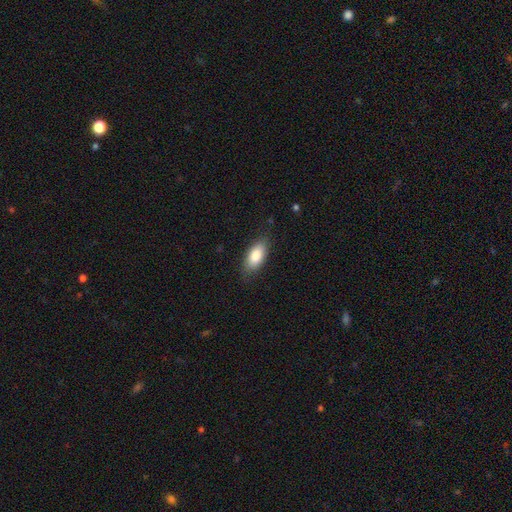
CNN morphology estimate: smooth_or_featured: smooth (p=0.83) [alt: featured or disk p=0.11]
how_rounded: in between (p=0.88) [alt: cigar-shaped p=0.10]
merging: none (p=0.81) [alt: minor disturbance p=0.15]